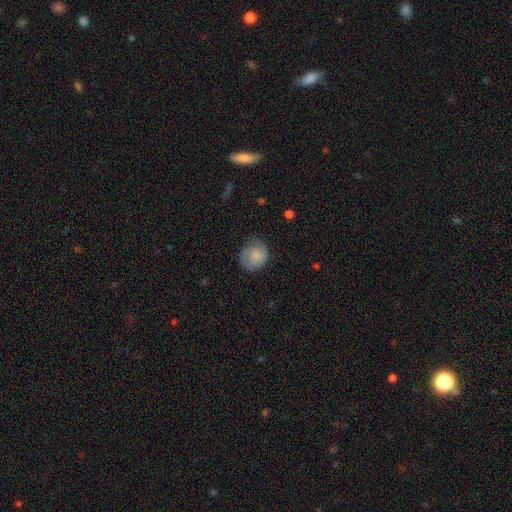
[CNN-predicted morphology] smooth_or_featured: smooth (p=0.76) [alt: featured or disk p=0.17]
how_rounded: round (p=0.80) [alt: in between p=0.19]
merging: none (p=0.64) [alt: minor disturbance p=0.27]